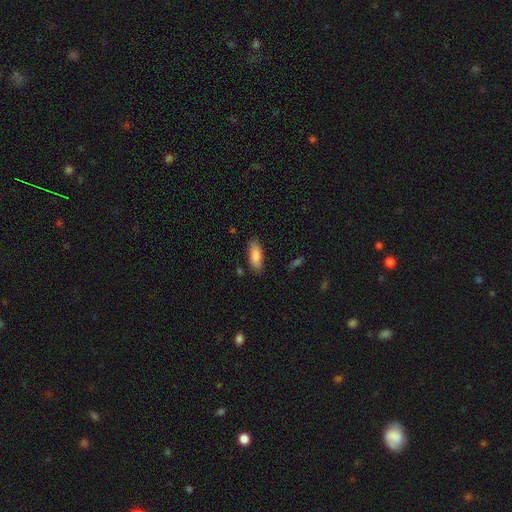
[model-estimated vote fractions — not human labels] This is clearly a smooth galaxy (85%). How rounded: likely in between (76%). Merging: clearly none (84%).